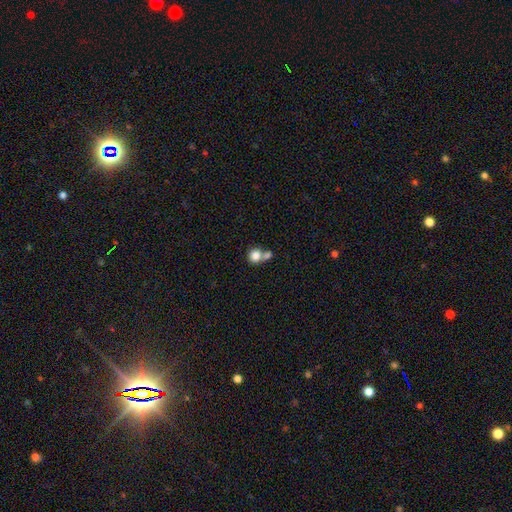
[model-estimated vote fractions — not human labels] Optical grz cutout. It shows a smooth galaxy with no disk features (82%) that is round (87%). Merging: merger (47%).